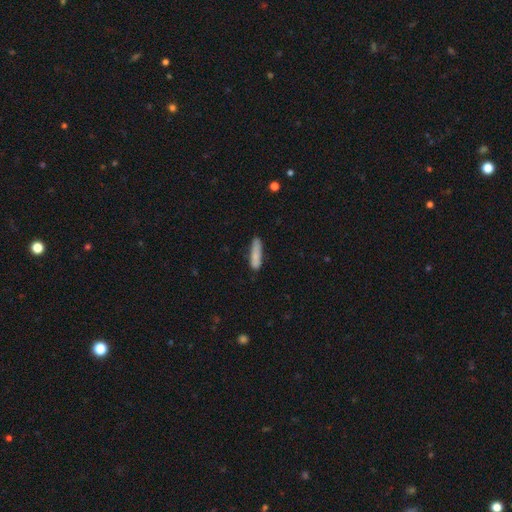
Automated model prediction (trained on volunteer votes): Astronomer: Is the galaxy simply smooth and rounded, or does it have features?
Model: smooth — 81%.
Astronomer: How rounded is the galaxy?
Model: cigar-shaped — 70%.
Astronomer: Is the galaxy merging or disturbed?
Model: none — 74%.